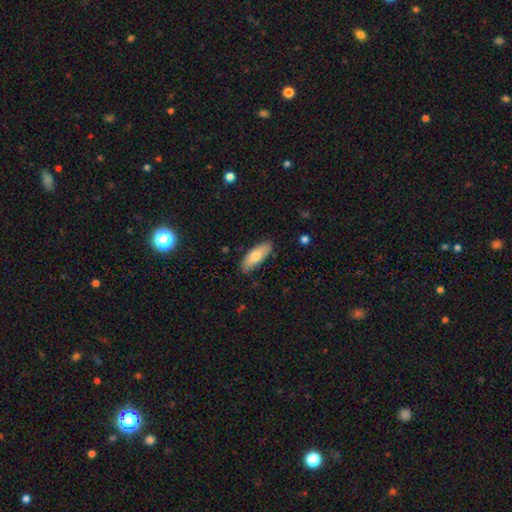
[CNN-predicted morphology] Smooth or featured: smooth — 73% (featured or disk — 21%)
How rounded: in between — 75% (cigar-shaped — 22%)
Merging: none — 84% (minor disturbance — 13%)